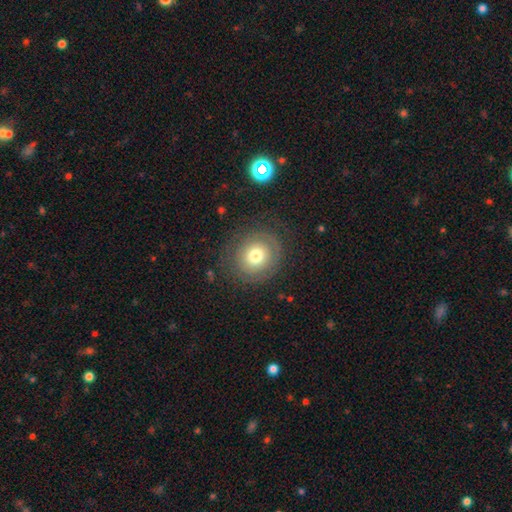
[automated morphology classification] This appears to be a smooth galaxy with no disk features (57%) that is round (83%). Merging: none (79%).